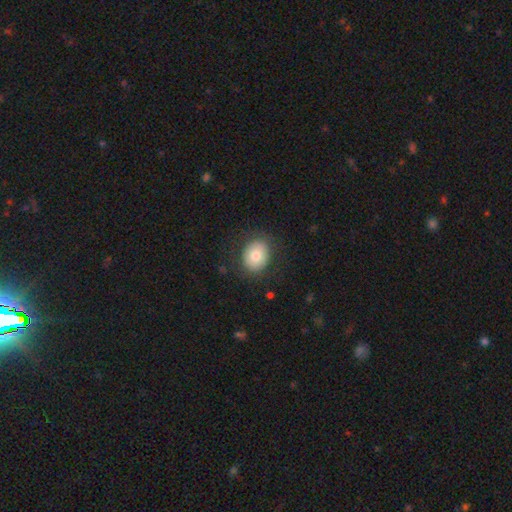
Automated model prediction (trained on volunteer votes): This appears to be a smooth galaxy with no disk features (77%) that is round (58%). Merging: none (82%).